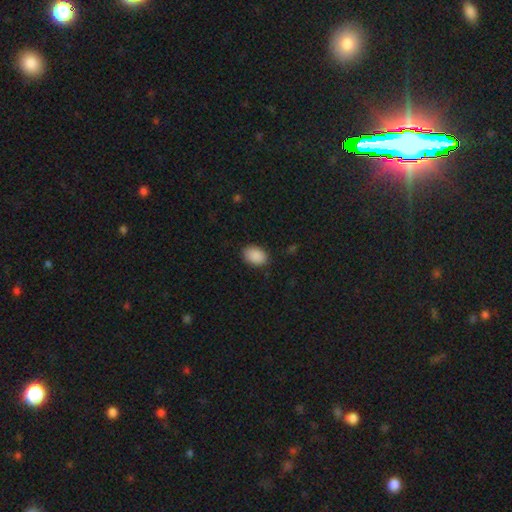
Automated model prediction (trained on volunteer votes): Overall: smooth (90%). How rounded: in between (80%). Merging: none (86%).